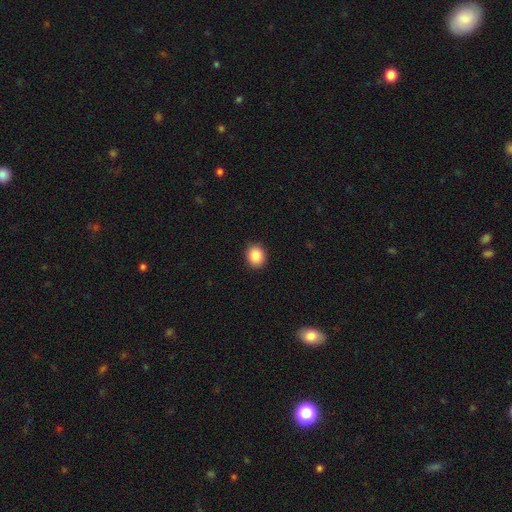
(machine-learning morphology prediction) Smooth or featured?
  - smooth: 87% *
  - star or artifact: 9%
  - featured or disk: 4%
How rounded?
  - round: 66% *
  - in between: 33%
  - cigar-shaped: 1%
Merging?
  - none: 91% *
  - minor disturbance: 6%
  - major disturbance: 2%
  - merger: 1%